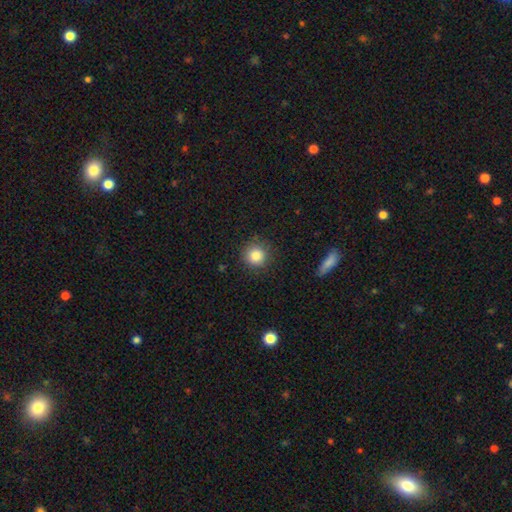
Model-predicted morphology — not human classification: smooth-or-featured: smooth: 84% | star or artifact: 10% | featured or disk: 6%
  how-rounded: round: 93% | in between: 6% | cigar-shaped: 1%
  merging: none: 87% | minor disturbance: 9% | major disturbance: 3% | merger: 1%